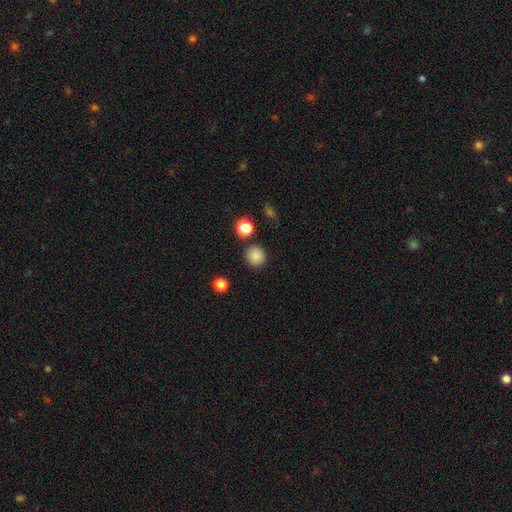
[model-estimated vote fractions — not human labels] A smooth galaxy with no disk features (84%) that is round (94%). Merging: none (88%).